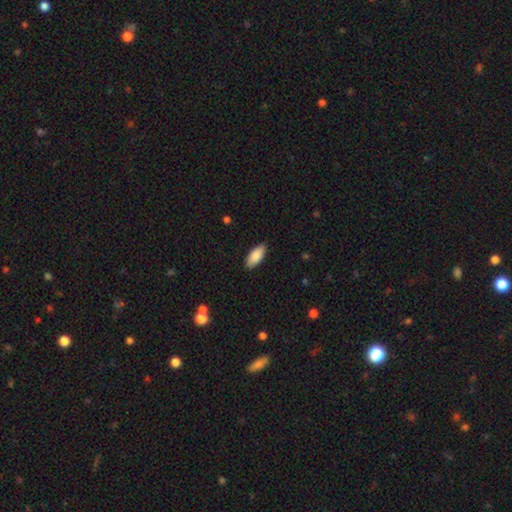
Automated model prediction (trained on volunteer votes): Smooth or featured: smooth — 88% (featured or disk — 6%)
How rounded: in between — 86% (cigar-shaped — 12%)
Merging: none — 88% (minor disturbance — 9%)